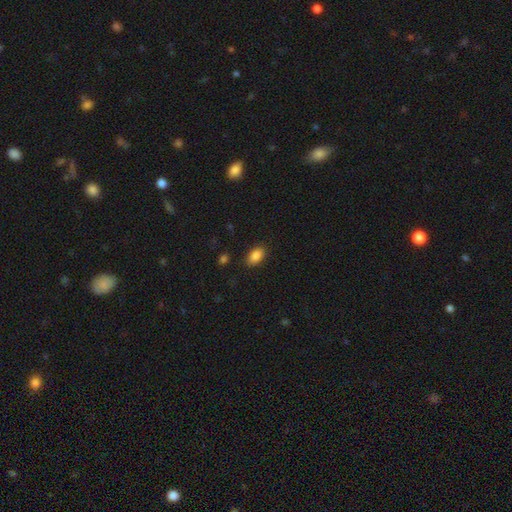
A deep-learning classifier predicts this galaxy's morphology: Smooth or featured? smooth (86%)
How rounded? in between (90%)
Merging? none (87%)